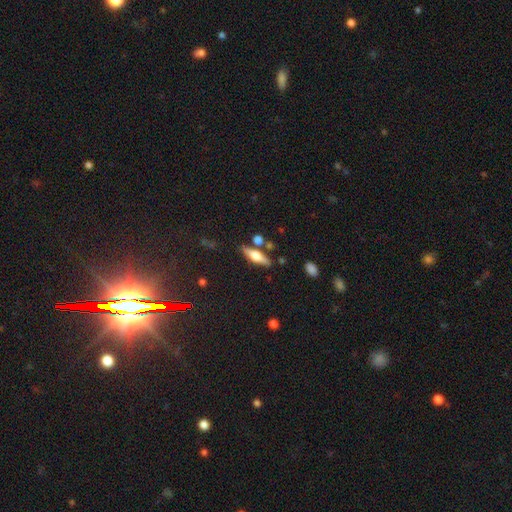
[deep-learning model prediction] smooth-or-featured: featured or disk: 50% | smooth: 43% | star or artifact: 8%
  merging: none: 78% | minor disturbance: 11% | merger: 8% | major disturbance: 3%